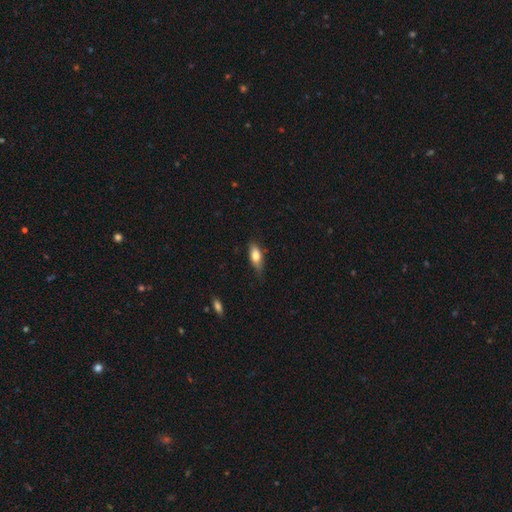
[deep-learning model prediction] Smooth or featured: smooth — 73% (featured or disk — 20%)
How rounded: in between — 77% (cigar-shaped — 19%)
Merging: none — 68% (minor disturbance — 26%)